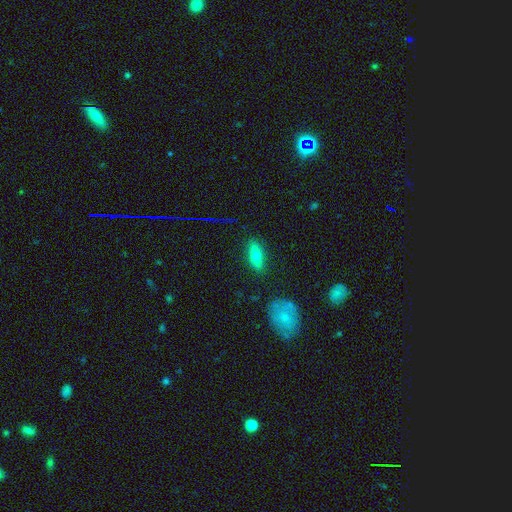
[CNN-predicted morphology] smooth-or-featured: smooth: 60% | featured or disk: 31% | star or artifact: 10%
  how-rounded: cigar-shaped: 49% | in between: 47% | round: 4%
  merging: none: 86% | minor disturbance: 9% | major disturbance: 2% | merger: 2%